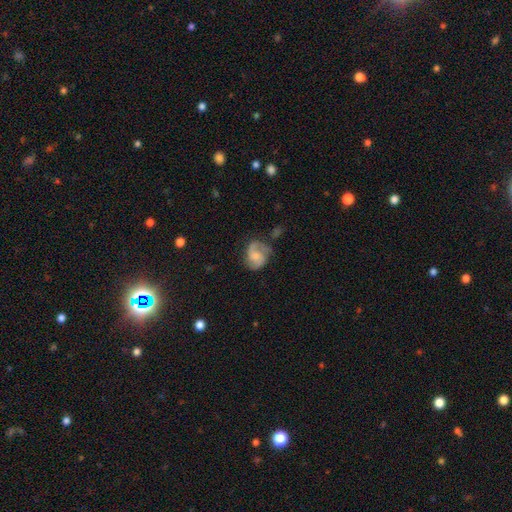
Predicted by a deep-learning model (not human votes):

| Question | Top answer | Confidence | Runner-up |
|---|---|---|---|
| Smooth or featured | featured or disk | 71% | smooth (22%) |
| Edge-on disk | no | 98% | yes (2%) |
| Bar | no | 57% | weak (36%) |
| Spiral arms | yes | 94% | no (6%) |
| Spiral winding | medium | 50% | loose (26%) |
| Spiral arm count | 2 | 84% | can't tell (6%) |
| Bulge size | small | 43% | moderate (35%) |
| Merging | none | 62% | minor disturbance (23%) |